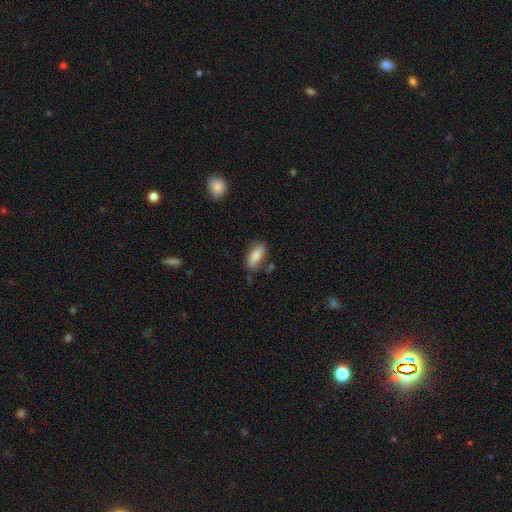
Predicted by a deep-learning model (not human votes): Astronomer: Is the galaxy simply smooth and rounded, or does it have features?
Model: smooth — 73%.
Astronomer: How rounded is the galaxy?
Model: in between — 79%.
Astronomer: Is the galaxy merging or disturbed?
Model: none — 67%.